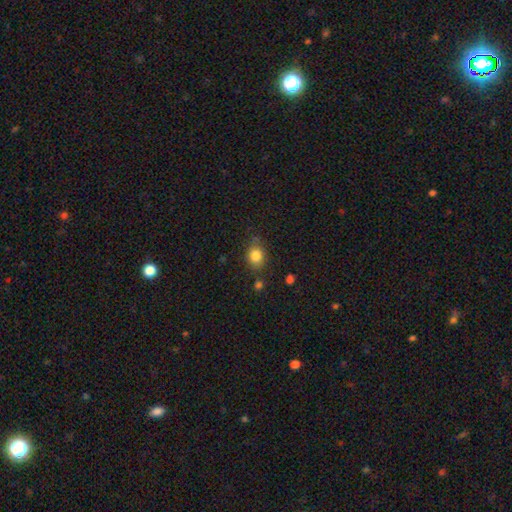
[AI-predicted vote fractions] This appears to be a smooth galaxy with no disk features (83%) that is round (55%). Merging: none (73%).